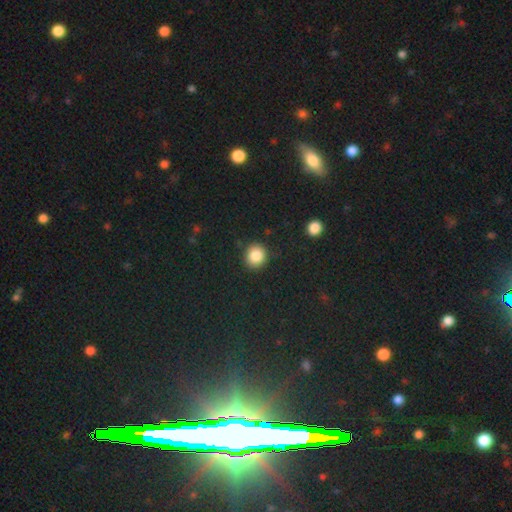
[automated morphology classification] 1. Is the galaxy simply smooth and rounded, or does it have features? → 86% smooth, 10% star or artifact, 4% featured or disk.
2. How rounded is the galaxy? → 84% round, 15% in between, 1% cigar-shaped.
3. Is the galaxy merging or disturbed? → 89% none, 7% minor disturbance, 2% major disturbance, 2% merger.